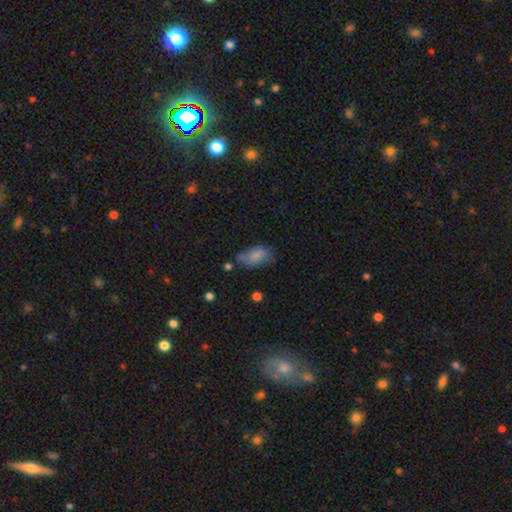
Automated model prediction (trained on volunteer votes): This appears to be a smooth galaxy with no disk features (79%) that is in between round and cigar-shaped (92%). Merging: none (47%).